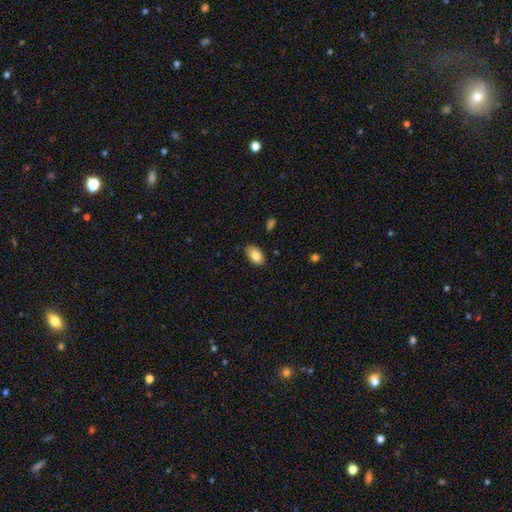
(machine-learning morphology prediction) A smooth galaxy with no disk features (84%) that is in between round and cigar-shaped (93%).

Vote fractions:
- Smooth or featured? smooth: 84% / featured or disk: 9% / star or artifact: 7%
- How rounded? in between: 93% / round: 6% / cigar-shaped: 2%
- Merging? none: 82% / minor disturbance: 15% / major disturbance: 2% / merger: 1%